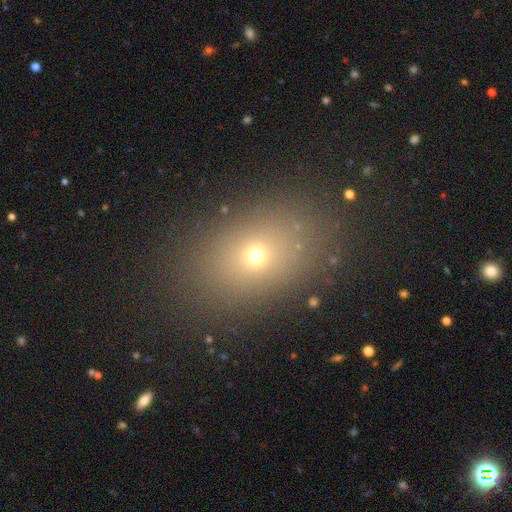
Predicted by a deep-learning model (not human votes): Smooth or featured? Predicted: smooth (p=0.64). How rounded? Predicted: in between (p=0.68). Merging? Predicted: none (p=0.86).